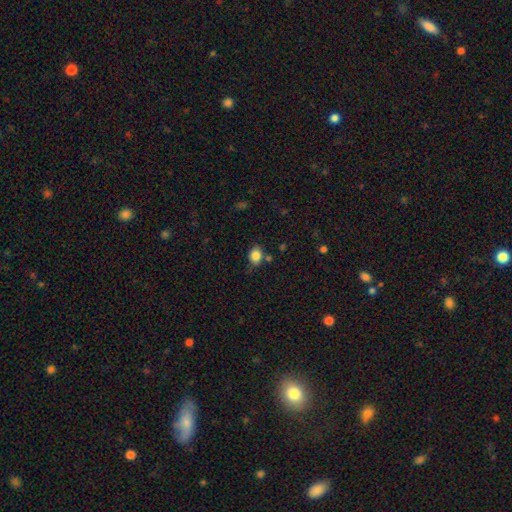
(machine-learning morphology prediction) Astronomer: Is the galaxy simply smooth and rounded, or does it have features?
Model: smooth — 84%.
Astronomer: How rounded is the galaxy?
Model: in between — 54% (runner-up: round, 44%).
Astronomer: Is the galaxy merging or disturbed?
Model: none — 70%.